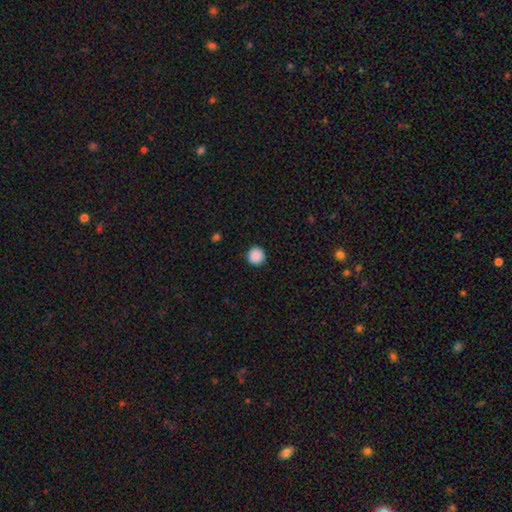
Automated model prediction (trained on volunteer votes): Morphology: type=smooth (89%); roundness=round (96%); merging=none (93%).